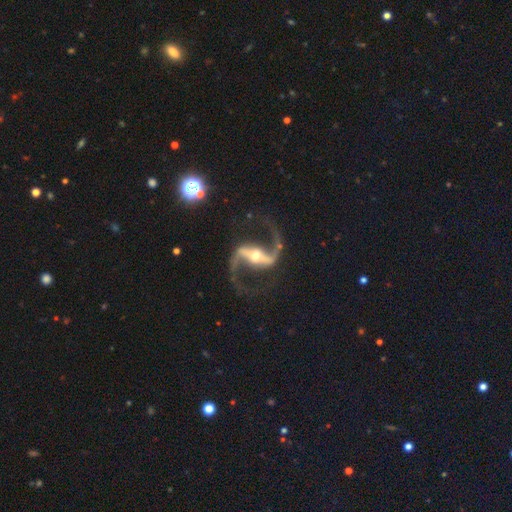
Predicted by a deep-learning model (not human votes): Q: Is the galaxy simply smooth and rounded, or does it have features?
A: featured or disk — 94%.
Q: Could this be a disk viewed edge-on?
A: no — 96%.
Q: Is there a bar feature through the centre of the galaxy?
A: strong — 69%.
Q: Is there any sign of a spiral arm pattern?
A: yes — 98%.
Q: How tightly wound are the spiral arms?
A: loose — 58%.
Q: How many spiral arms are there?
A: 2 — 95%.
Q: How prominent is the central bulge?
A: moderate — 60%.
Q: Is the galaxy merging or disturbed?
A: none — 81%.